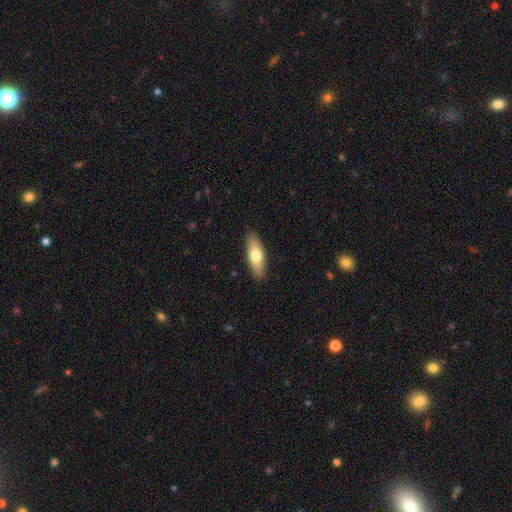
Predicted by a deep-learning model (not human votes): Q: Smooth or featured?
A: smooth (71%); runner-up: featured or disk (23%)
Q: How rounded?
A: in between (65%); runner-up: cigar-shaped (33%)
Q: Merging?
A: none (88%); runner-up: minor disturbance (9%)